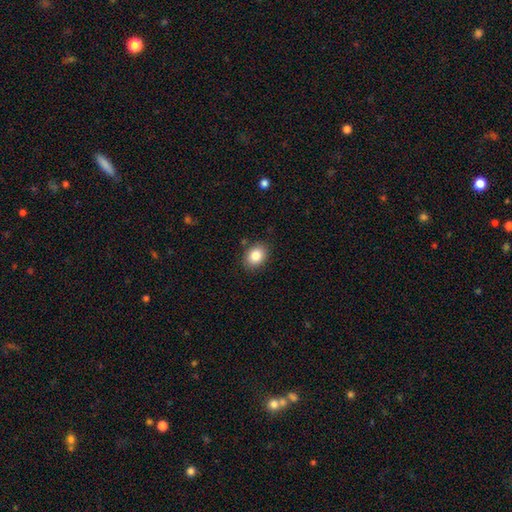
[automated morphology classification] type=smooth (84%); roundness=in between (60%); merging=none (86%).